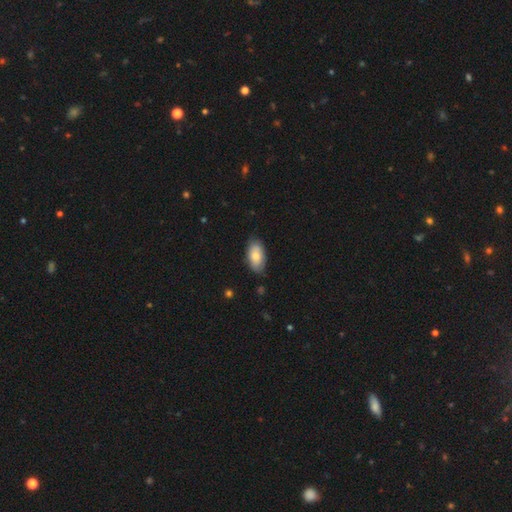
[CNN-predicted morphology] This appears to be a smooth galaxy with no disk features (77%) that is in between round and cigar-shaped (94%). Merging: none (78%).